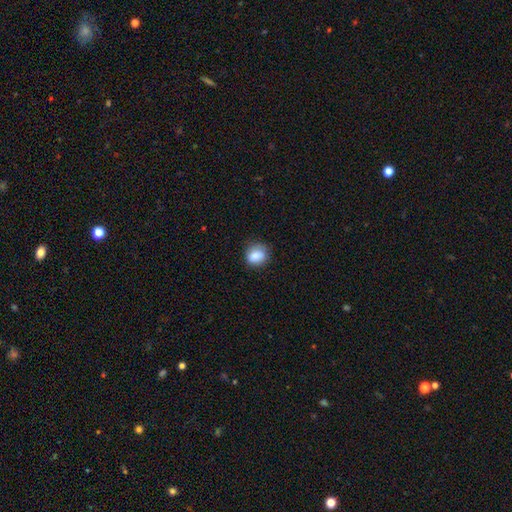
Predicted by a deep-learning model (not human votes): This appears to be a smooth galaxy with no disk features (82%) that is round (70%). Merging: none (72%).